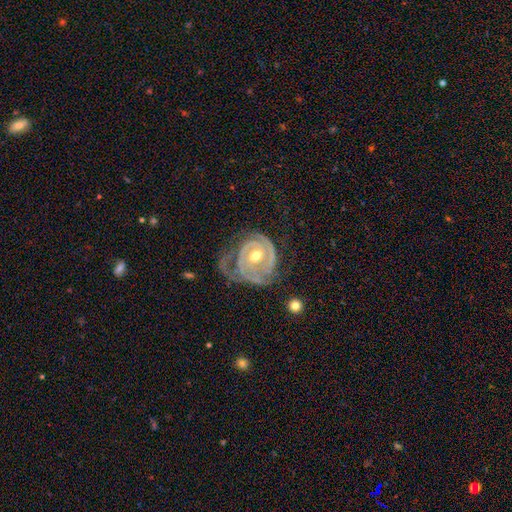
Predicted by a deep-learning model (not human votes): Morphology: type=featured or disk (89%); edge-on=no (97%); bar=no (67%); spiral arms=yes (96%); winding=tight (72%); arm count=2 (38%); bulge=moderate (65%); merging=none (46%).